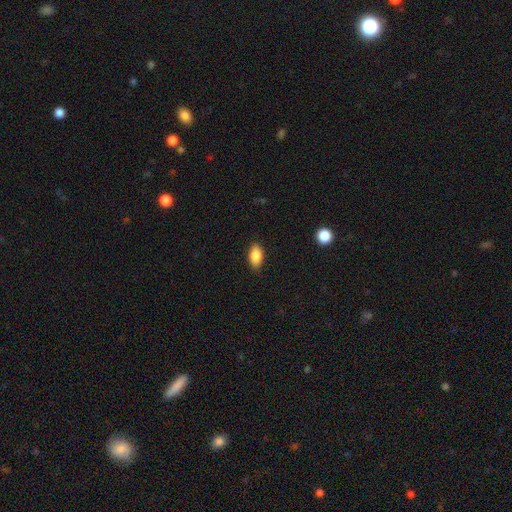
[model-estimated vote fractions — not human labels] Smooth or featured? Predicted: smooth (p=0.87). How rounded? Predicted: in between (p=0.91). Merging? Predicted: none (p=0.86).